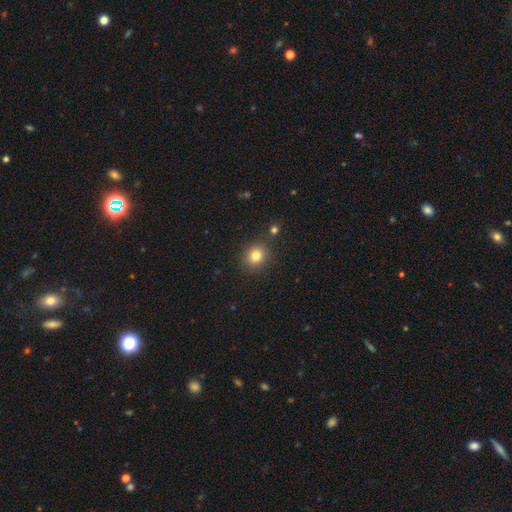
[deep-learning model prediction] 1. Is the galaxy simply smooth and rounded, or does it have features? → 81% smooth, 12% star or artifact, 6% featured or disk.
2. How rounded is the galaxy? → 79% round, 20% in between, 1% cigar-shaped.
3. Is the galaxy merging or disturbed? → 85% none, 8% minor disturbance, 4% merger, 3% major disturbance.